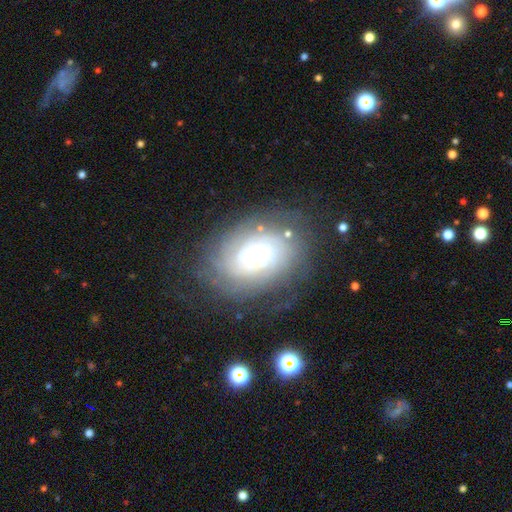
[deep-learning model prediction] Overall: featured or disk (77%). Edge-on disk: no (96%). Bar: no (78%). Spiral arms: yes (91%). Spiral arm count: can't tell (51%; 2 12%). Spiral winding: tight (75%). Bulge size: moderate (46%; small 44%). Merging: none (70%).